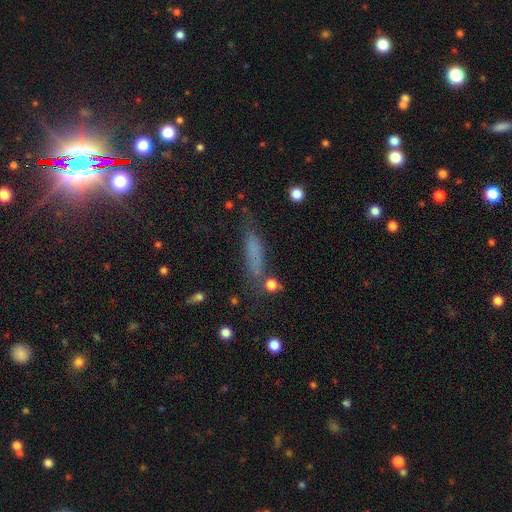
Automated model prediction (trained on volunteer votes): Morphology: type=smooth (59%); roundness=cigar-shaped (71%); merging=none (62%).